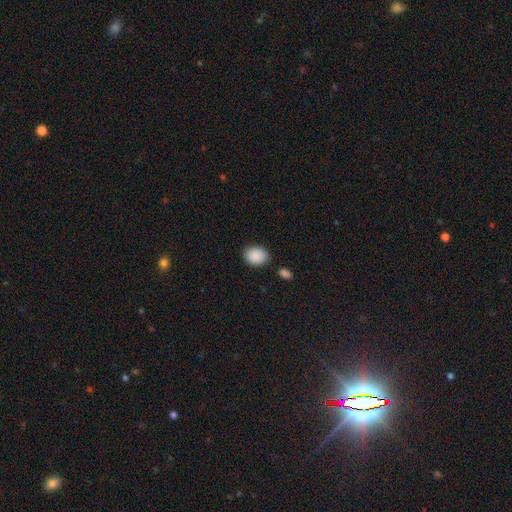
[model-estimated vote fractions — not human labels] Morphology: type=smooth (89%); roundness=in between (55%); merging=none (80%).